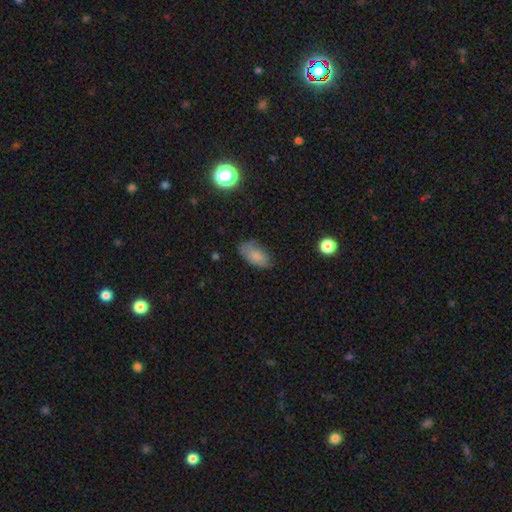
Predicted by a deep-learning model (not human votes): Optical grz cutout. It shows a smooth galaxy with no disk features (78%) that is in between round and cigar-shaped (93%). Merging: none (70%).